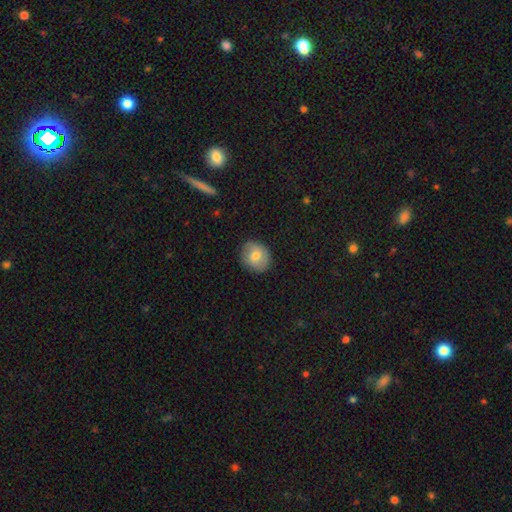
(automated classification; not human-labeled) Overall: smooth (73%). How rounded: round (77%). Merging: none (86%).